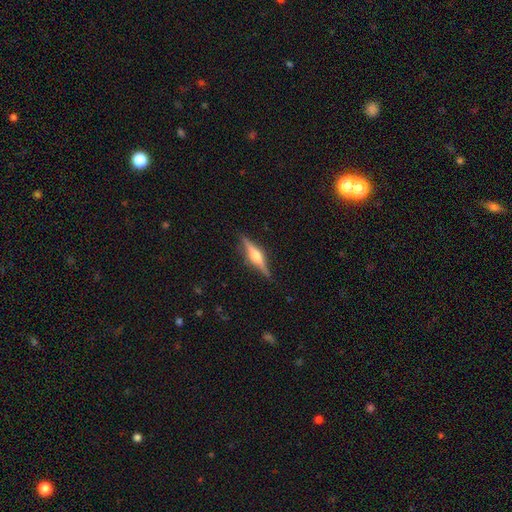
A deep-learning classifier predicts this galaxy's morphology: Smooth or featured? featured or disk (76%)
Edge-on disk? yes (98%)
Edge-on bulge? rounded (88%)
Merging? none (89%)